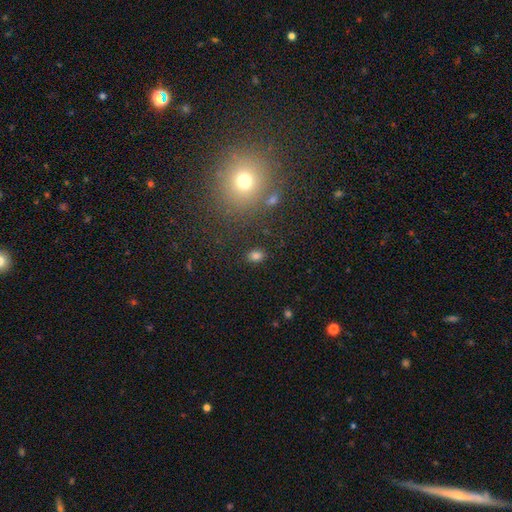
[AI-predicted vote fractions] smooth 80%, star or artifact 14%, featured or disk 6%. Down the decision tree: how rounded — in between (71%); merging — none (85%).